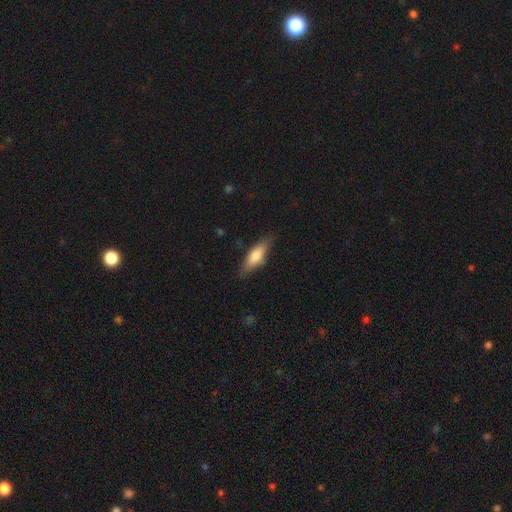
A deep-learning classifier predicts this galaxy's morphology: A smooth galaxy with no disk features (70%) that is in between round and cigar-shaped (52%). Merging: none (81%).